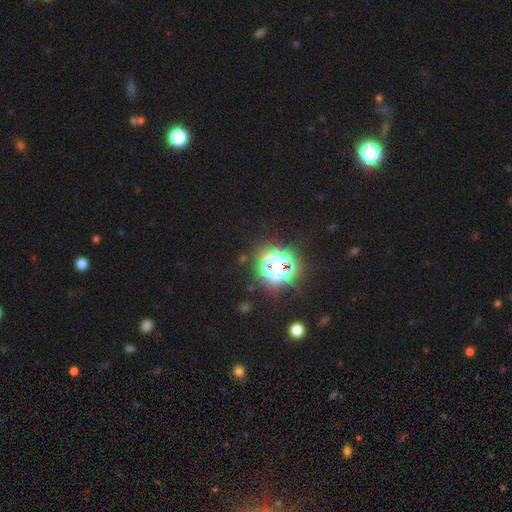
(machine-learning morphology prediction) The model was most divided on "smooth or featured": star or artifact: 79%, smooth: 15%, featured or disk: 6%.